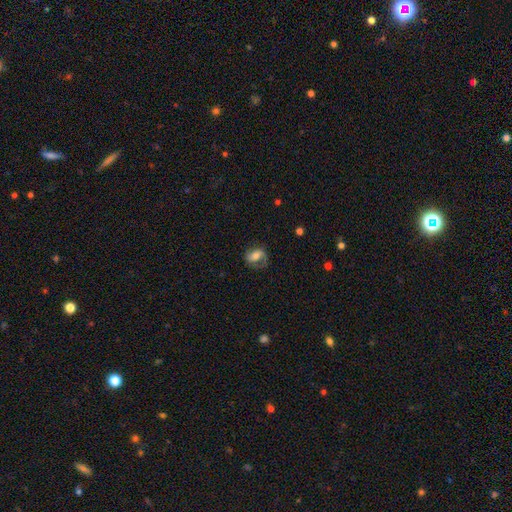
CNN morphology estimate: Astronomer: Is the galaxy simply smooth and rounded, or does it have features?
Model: featured or disk — 51% (runner-up: smooth, 41%).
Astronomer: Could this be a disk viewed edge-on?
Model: no — 96%.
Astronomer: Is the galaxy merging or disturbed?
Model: none — 58%.